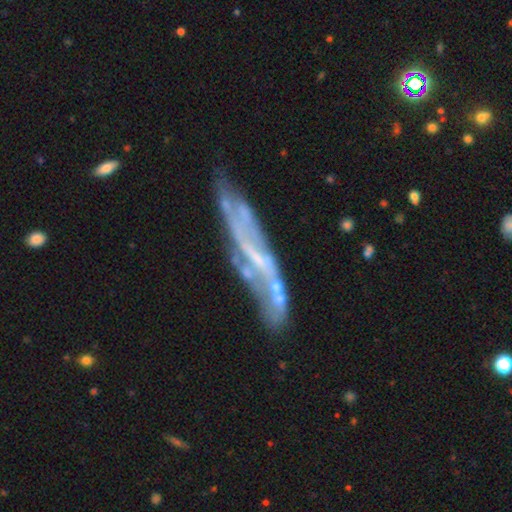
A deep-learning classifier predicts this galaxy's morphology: The model was most divided on "edge-on disk": no: 51%, yes: 49%. More confident: smooth or featured — featured or disk (72%); merging — none (57%).